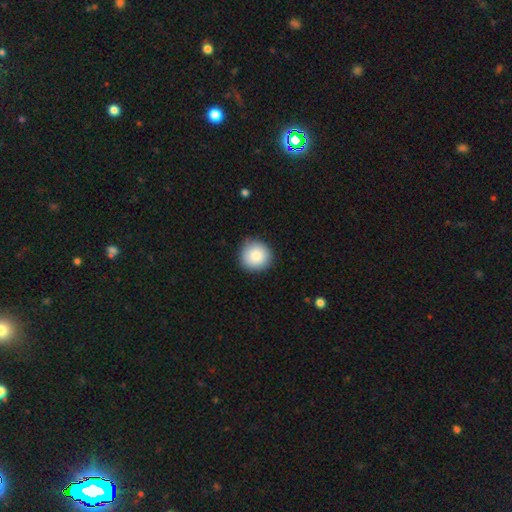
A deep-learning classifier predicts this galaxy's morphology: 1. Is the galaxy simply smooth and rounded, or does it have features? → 87% smooth, 7% star or artifact, 6% featured or disk.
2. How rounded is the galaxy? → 94% round, 5% in between, 1% cigar-shaped.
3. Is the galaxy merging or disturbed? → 86% none, 11% minor disturbance, 2% major disturbance, 1% merger.